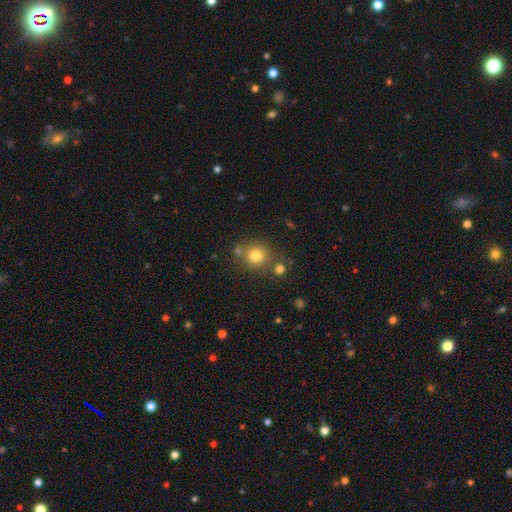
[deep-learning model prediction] smooth_or_featured: smooth (p=0.78) [alt: star or artifact p=0.13]
how_rounded: round (p=0.88) [alt: in between p=0.11]
merging: none (p=0.71) [alt: merger p=0.14]